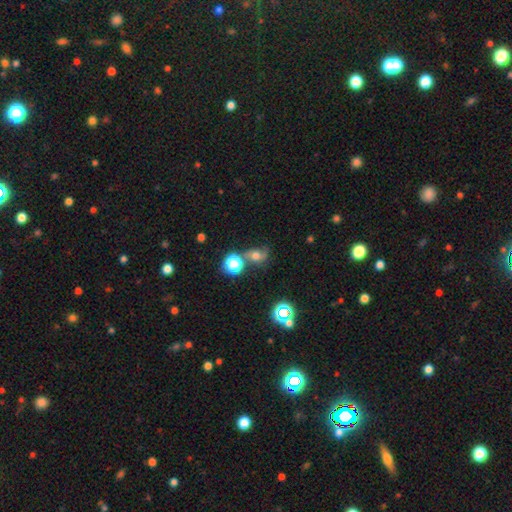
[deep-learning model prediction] This appears to be a smooth galaxy with no disk features (46%). Merging: none (49%).